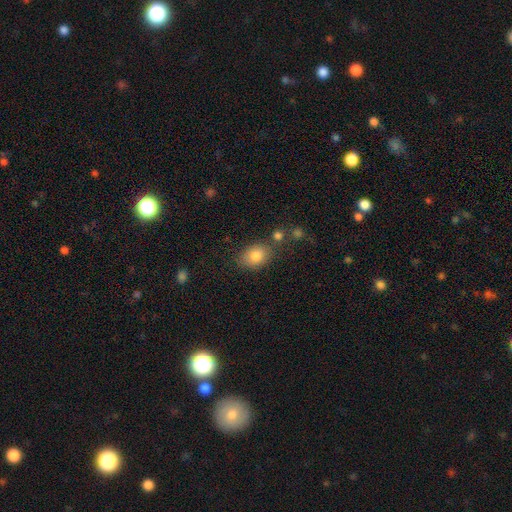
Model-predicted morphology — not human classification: Q: Smooth or featured?
A: smooth (82%); runner-up: featured or disk (9%)
Q: How rounded?
A: in between (77%); runner-up: round (22%)
Q: Merging?
A: none (72%); runner-up: minor disturbance (15%)